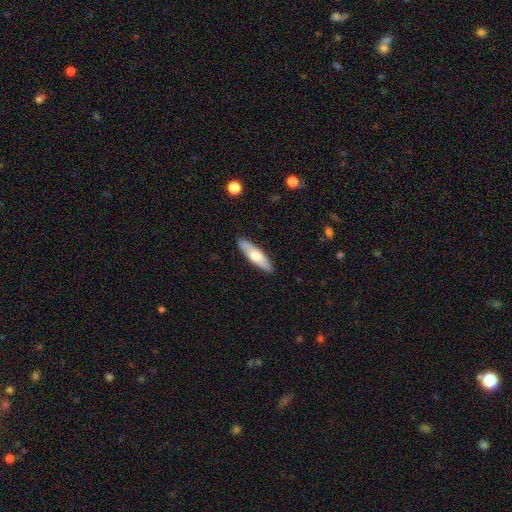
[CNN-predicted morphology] Smooth or featured? Predicted: smooth (p=0.59). How rounded? Predicted: cigar-shaped (p=0.59). Merging? Predicted: none (p=0.88).